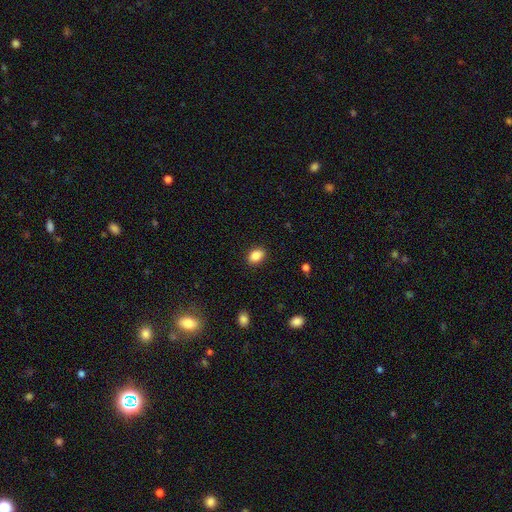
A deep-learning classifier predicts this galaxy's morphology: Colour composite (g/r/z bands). It shows a smooth galaxy with no disk features (87%) that is in between round and cigar-shaped (79%). Merging: none (88%).